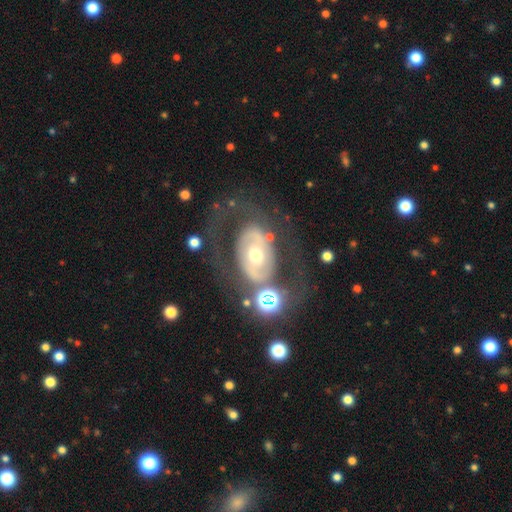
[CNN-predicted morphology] The model was most divided on "spiral arms" (2-way tie): yes: 50%, no: 50%. More confident: edge-on disk — no (94%); smooth or featured — featured or disk (72%); merging — none (60%); bulge size — moderate (60%); bar — no (60%).